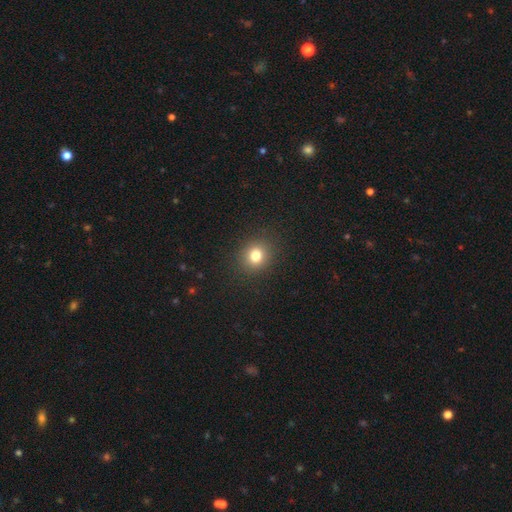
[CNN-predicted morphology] A smooth galaxy with no disk features (80%) that is round (80%).

Vote fractions:
- Smooth or featured? smooth: 80% / star or artifact: 13% / featured or disk: 7%
- How rounded? round: 80% / in between: 19% / cigar-shaped: 1%
- Merging? none: 89% / minor disturbance: 7% / major disturbance: 3% / merger: 1%